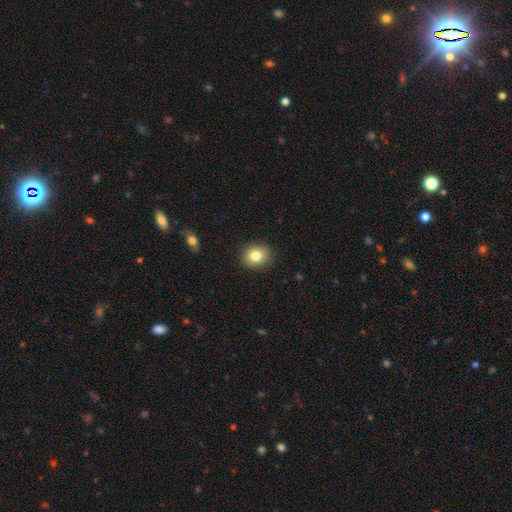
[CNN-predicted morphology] smooth 83%, star or artifact 10%, featured or disk 8%. Down the decision tree: how rounded — round (65%); merging — none (89%).